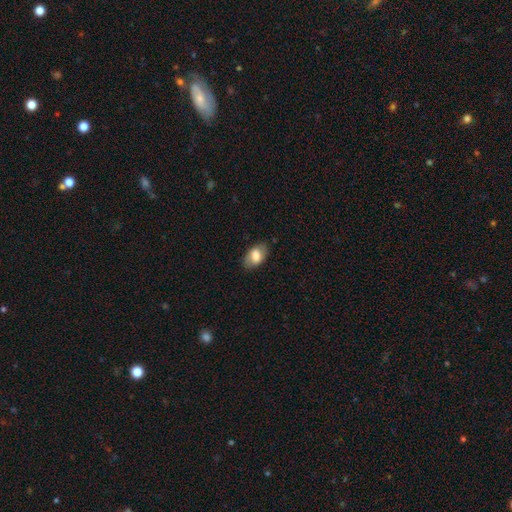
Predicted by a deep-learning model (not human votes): Smooth or featured? Predicted: smooth (p=0.73). How rounded? Predicted: in between (p=0.91). Merging? Predicted: none (p=0.79).